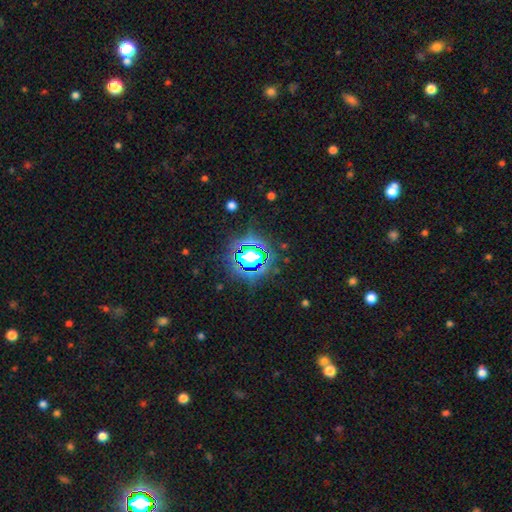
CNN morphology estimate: smooth_or_featured: star or artifact (p=0.63) [alt: smooth p=0.25]